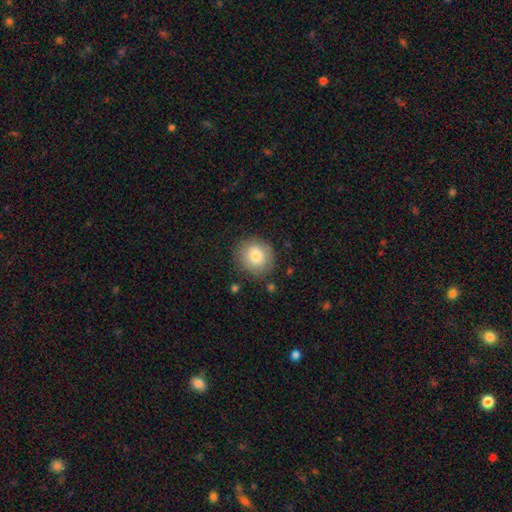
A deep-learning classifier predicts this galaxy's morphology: Smooth or featured?
  - smooth: 81% *
  - featured or disk: 11%
  - star or artifact: 8%
How rounded?
  - round: 81% *
  - in between: 18%
  - cigar-shaped: 1%
Merging?
  - none: 84% *
  - minor disturbance: 11%
  - major disturbance: 3%
  - merger: 2%